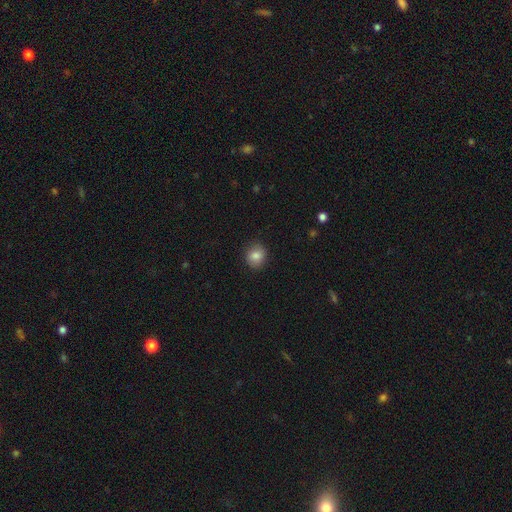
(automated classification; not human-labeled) Q: Smooth or featured?
A: smooth (82%); runner-up: star or artifact (9%)
Q: How rounded?
A: round (79%); runner-up: in between (20%)
Q: Merging?
A: none (86%); runner-up: minor disturbance (10%)